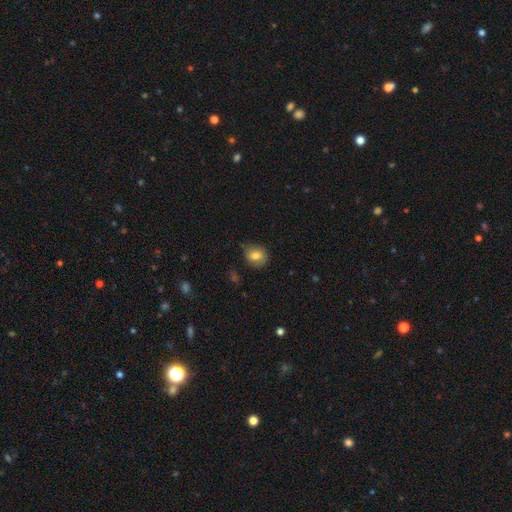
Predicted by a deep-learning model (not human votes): smooth-or-featured: smooth: 76% | featured or disk: 15% | star or artifact: 9%
  how-rounded: round: 63% | in between: 36% | cigar-shaped: 1%
  merging: none: 75% | minor disturbance: 19% | major disturbance: 4% | merger: 1%